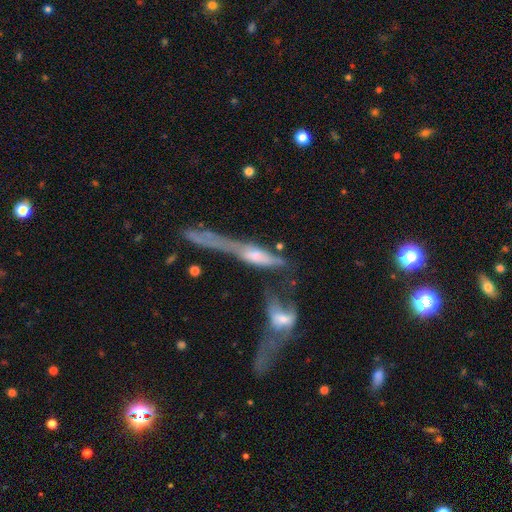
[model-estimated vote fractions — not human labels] smooth_or_featured: featured or disk (p=0.53) [alt: smooth p=0.38]
disk_edge_on: yes (p=0.63) [alt: no p=0.37]
merging: merger (p=0.51) [alt: major disturbance p=0.21]